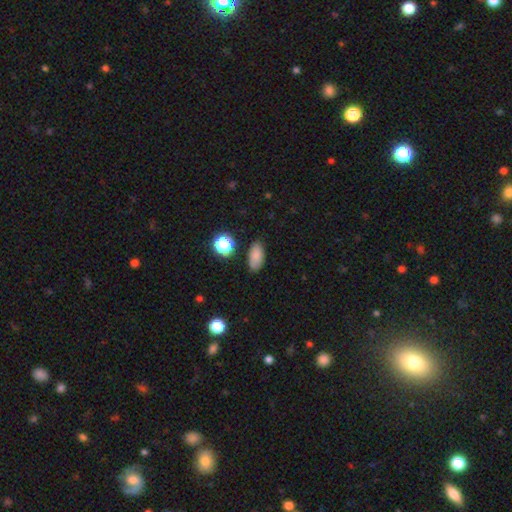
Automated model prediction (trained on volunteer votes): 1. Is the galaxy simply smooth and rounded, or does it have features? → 81% smooth, 12% star or artifact, 7% featured or disk.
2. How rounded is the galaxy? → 87% in between, 8% round, 6% cigar-shaped.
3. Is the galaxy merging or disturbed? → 79% none, 14% minor disturbance, 3% major disturbance, 3% merger.